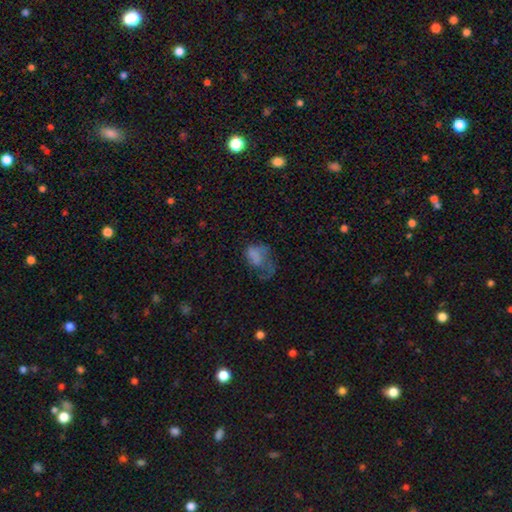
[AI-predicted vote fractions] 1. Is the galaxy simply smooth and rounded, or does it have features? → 55% smooth, 32% featured or disk, 13% star or artifact.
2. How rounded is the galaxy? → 78% in between, 20% round, 1% cigar-shaped.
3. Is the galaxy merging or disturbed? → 57% major disturbance, 21% none, 18% minor disturbance, 4% merger.